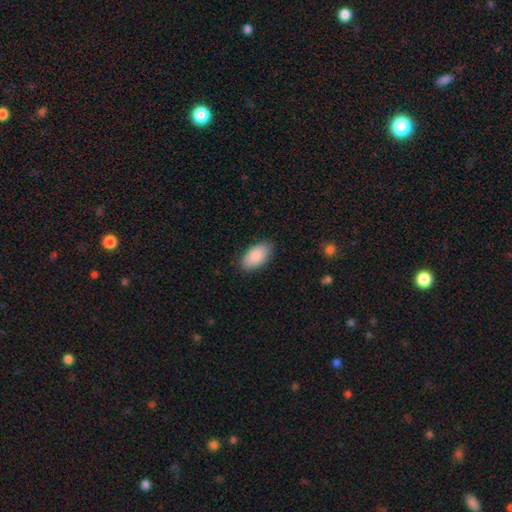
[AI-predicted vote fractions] Smooth or featured? Predicted: smooth (p=0.89). How rounded? Predicted: in between (p=0.95). Merging? Predicted: none (p=0.86).